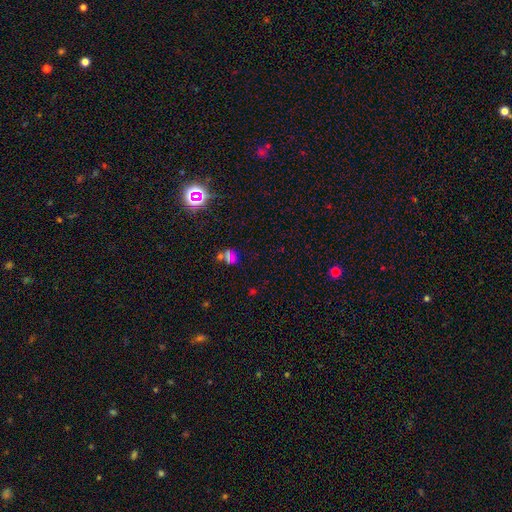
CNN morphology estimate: Smooth or featured: star or artifact — 57% (smooth — 34%)